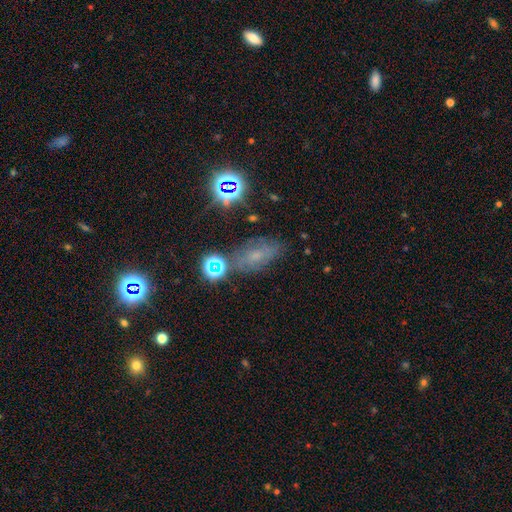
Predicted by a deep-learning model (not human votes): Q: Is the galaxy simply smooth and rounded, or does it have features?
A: star or artifact — 36%.